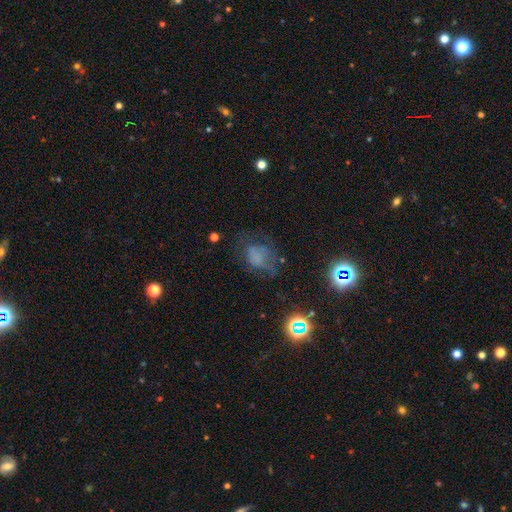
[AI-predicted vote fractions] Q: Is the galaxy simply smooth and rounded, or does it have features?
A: smooth — 43%.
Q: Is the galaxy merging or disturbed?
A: none — 45%.